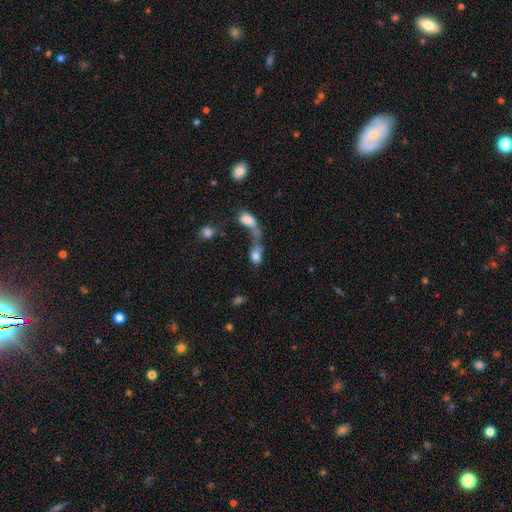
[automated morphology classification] This is likely a smooth galaxy (75%). How rounded: likely in between (78%). Merging: likely merger (63%).